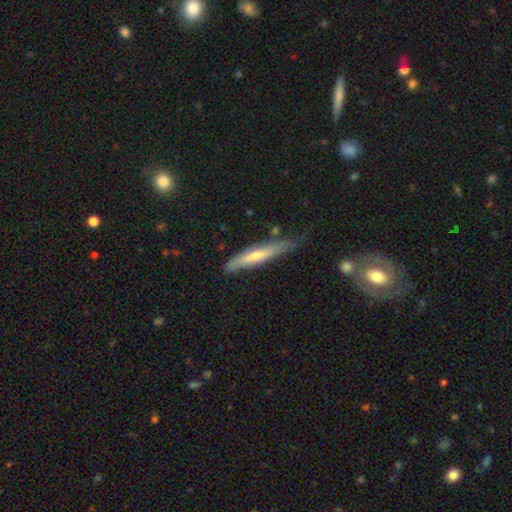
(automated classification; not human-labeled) This is possibly a smooth galaxy (54%). How rounded: clearly cigar-shaped (92%). Merging: likely none (69%).